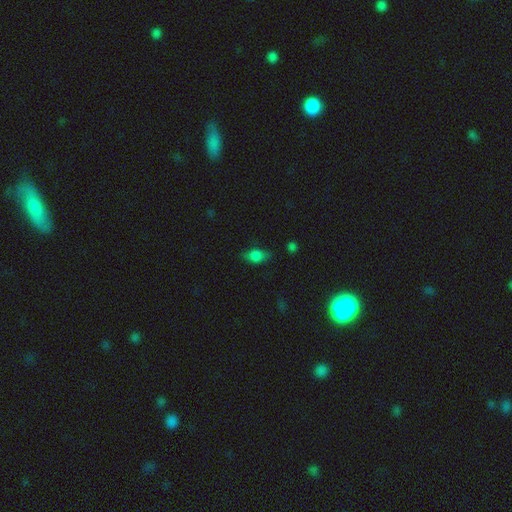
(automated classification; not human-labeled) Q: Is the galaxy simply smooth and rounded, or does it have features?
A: smooth — 71%.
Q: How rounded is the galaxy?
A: in between — 76%.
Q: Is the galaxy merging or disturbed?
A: none — 68%.